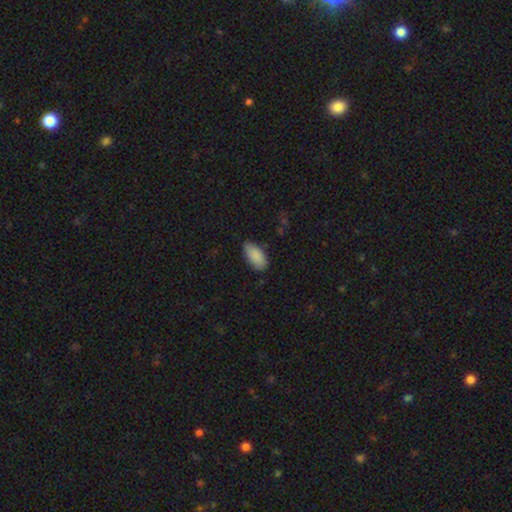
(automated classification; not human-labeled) smooth_or_featured: smooth (p=0.89) [alt: star or artifact p=0.06]
how_rounded: in between (p=0.94) [alt: cigar-shaped p=0.04]
merging: none (p=0.80) [alt: minor disturbance p=0.16]